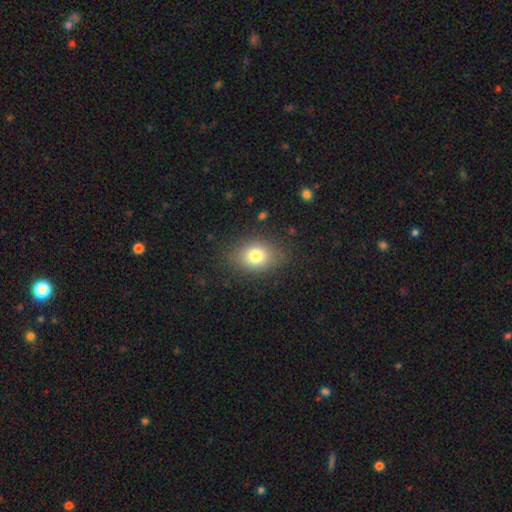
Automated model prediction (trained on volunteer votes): Smooth or featured? Predicted: smooth (p=0.77). How rounded? Predicted: in between (p=0.63). Merging? Predicted: none (p=0.81).